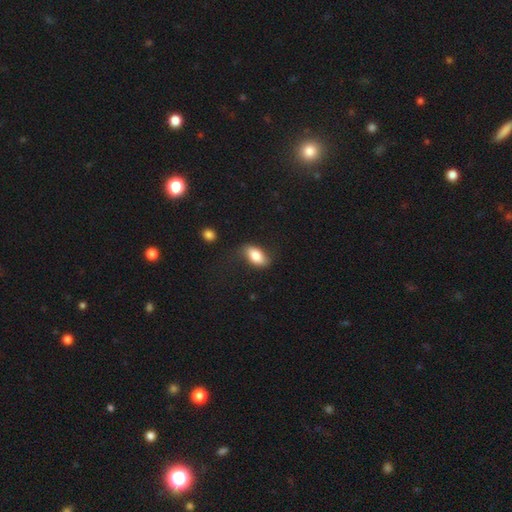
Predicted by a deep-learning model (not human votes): Q: Smooth or featured?
A: smooth (75%); runner-up: featured or disk (18%)
Q: How rounded?
A: in between (91%); runner-up: round (5%)
Q: Merging?
A: none (64%); runner-up: minor disturbance (23%)